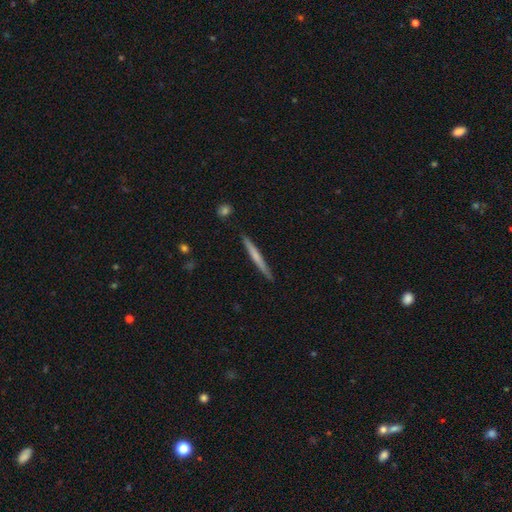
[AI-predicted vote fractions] The model was most divided on "smooth or featured": smooth: 53%, featured or disk: 41%, star or artifact: 5%. More confident: how rounded — cigar-shaped (97%); merging — none (90%).